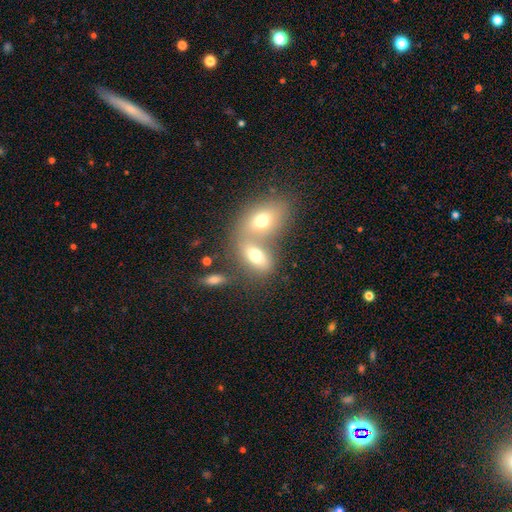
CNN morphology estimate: Smooth or featured? Predicted: smooth (p=0.70). How rounded? Predicted: in between (p=0.77). Merging? Predicted: merger (p=0.61).